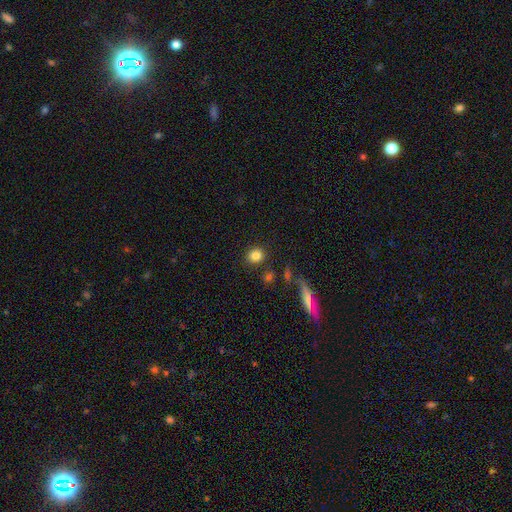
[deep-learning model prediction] The model was most divided on "how rounded": round: 77%, in between: 21%, cigar-shaped: 2%. More confident: smooth or featured — smooth (84%); merging — none (83%).